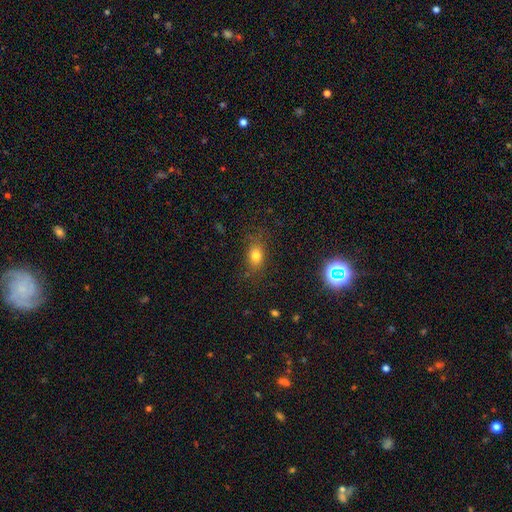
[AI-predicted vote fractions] Smooth or featured? smooth (76%)
How rounded? in between (68%)
Merging? none (76%)